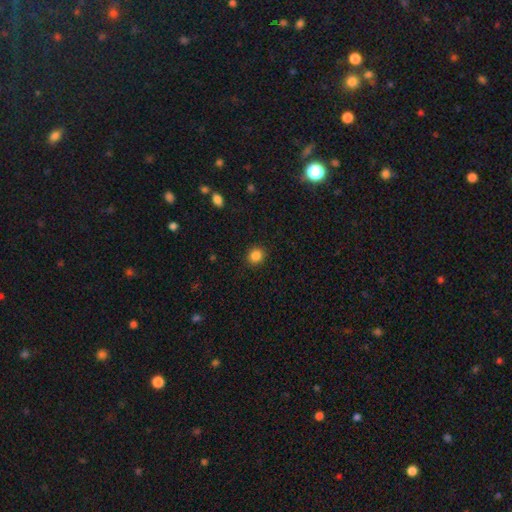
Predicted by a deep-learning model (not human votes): Smooth or featured? Predicted: smooth (p=0.85). How rounded? Predicted: round (p=0.88). Merging? Predicted: none (p=0.91).